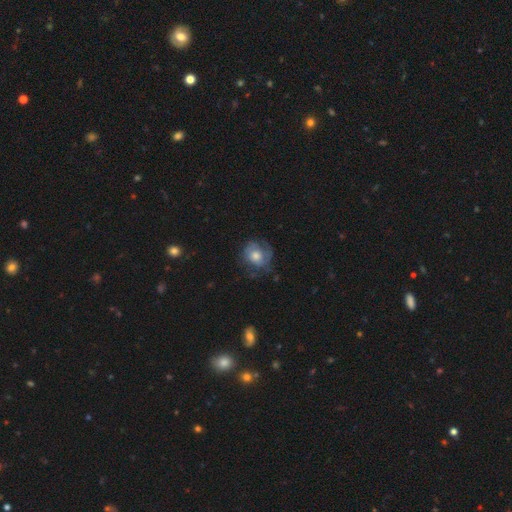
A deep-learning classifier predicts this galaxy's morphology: Q: Smooth or featured?
A: featured or disk (54%); runner-up: smooth (37%)
Q: Edge-on disk?
A: no (97%); runner-up: yes (3%)
Q: Bar?
A: no (80%); runner-up: weak (17%)
Q: Spiral arms?
A: yes (75%); runner-up: no (25%)
Q: Bulge size?
A: moderate (63%); runner-up: large (17%)
Q: Merging?
A: none (63%); runner-up: minor disturbance (23%)